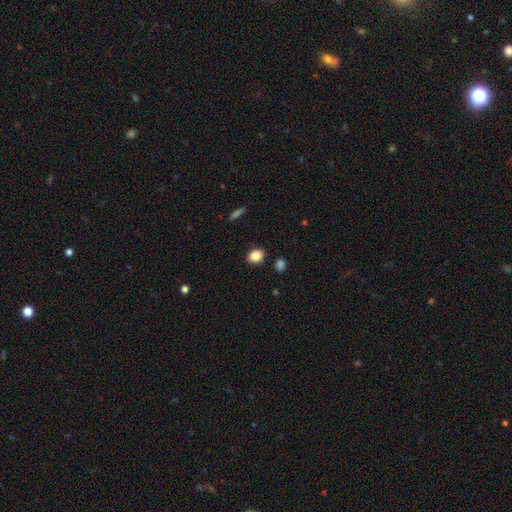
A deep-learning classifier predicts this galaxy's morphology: Smooth or featured: smooth — 85% (star or artifact — 9%)
How rounded: round — 52% (in between — 46%)
Merging: none — 87% (minor disturbance — 8%)